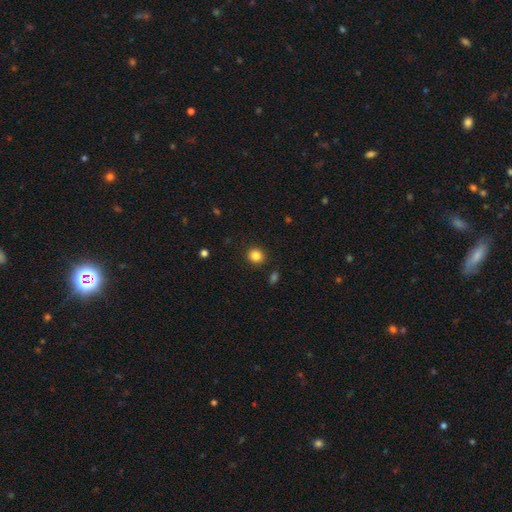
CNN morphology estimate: Smooth or featured?
  - smooth: 85% *
  - star or artifact: 11%
  - featured or disk: 4%
How rounded?
  - round: 84% *
  - in between: 15%
  - cigar-shaped: 1%
Merging?
  - none: 90% *
  - minor disturbance: 6%
  - major disturbance: 2%
  - merger: 2%